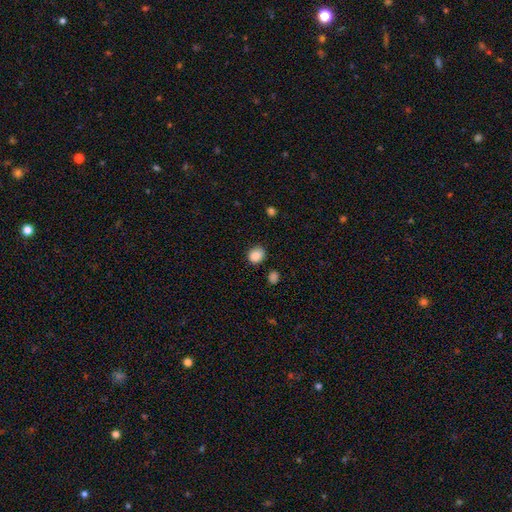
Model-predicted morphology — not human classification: Overall: smooth (87%). How rounded: round (70%). Merging: none (82%).